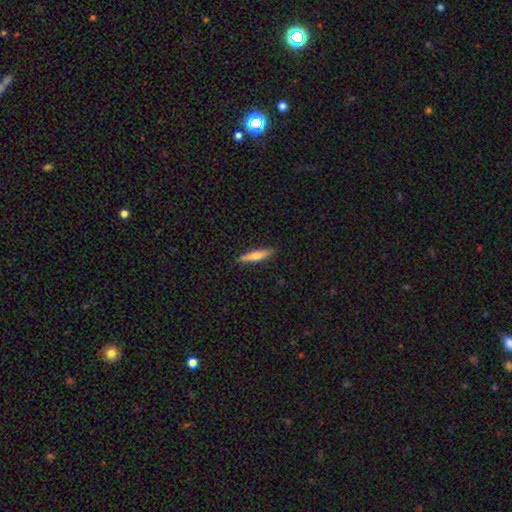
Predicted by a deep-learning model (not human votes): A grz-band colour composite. It shows a smooth galaxy with no disk features (58%) that is cigar-shaped (86%). Merging: none (89%).